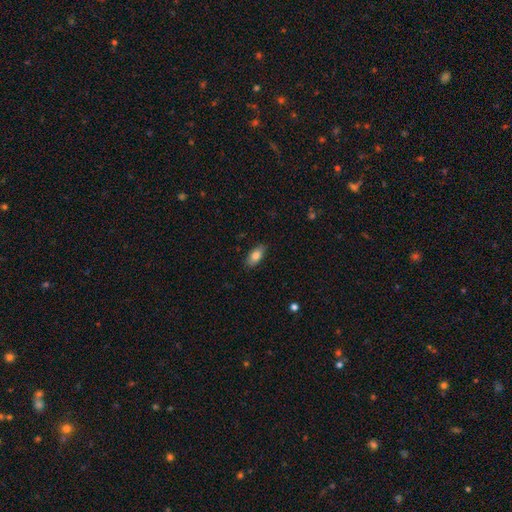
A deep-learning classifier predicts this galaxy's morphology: Q: Smooth or featured?
A: smooth (82%); runner-up: featured or disk (11%)
Q: How rounded?
A: in between (88%); runner-up: cigar-shaped (9%)
Q: Merging?
A: none (86%); runner-up: minor disturbance (11%)